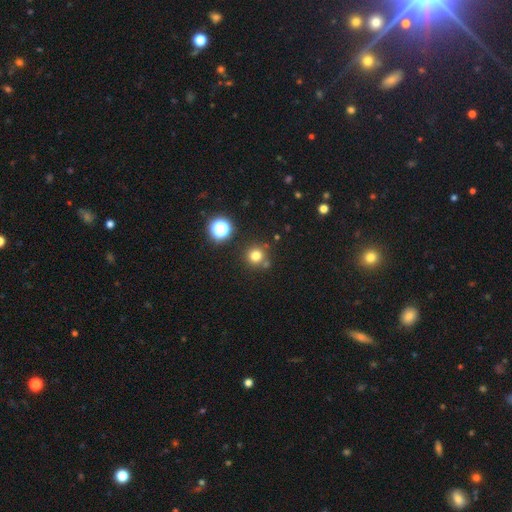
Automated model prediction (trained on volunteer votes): Smooth or featured?
  - smooth: 76% *
  - star or artifact: 18%
  - featured or disk: 7%
How rounded?
  - round: 94% *
  - in between: 5%
  - cigar-shaped: 1%
Merging?
  - none: 79% *
  - merger: 9%
  - minor disturbance: 9%
  - major disturbance: 3%